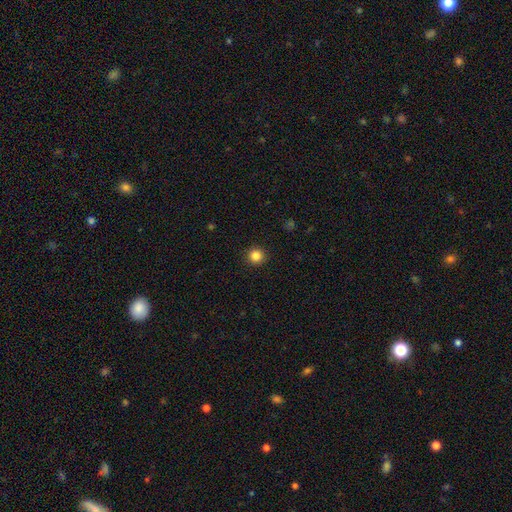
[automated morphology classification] Smooth or featured? Predicted: smooth (p=0.84). How rounded? Predicted: round (p=0.95). Merging? Predicted: none (p=0.93).